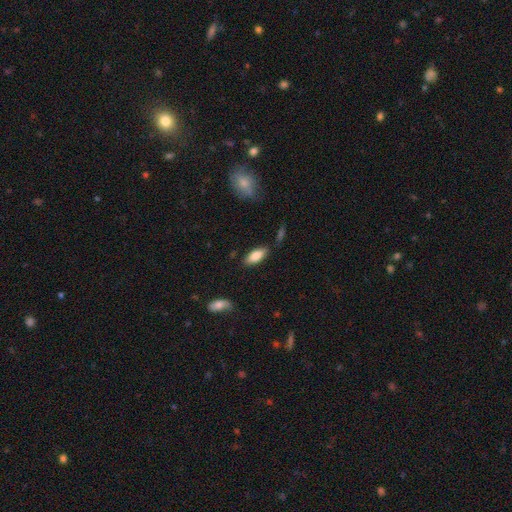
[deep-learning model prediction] The model was most divided on "merging": none: 81%, minor disturbance: 14%, major disturbance: 3%, merger: 3%. More confident: how rounded — in between (85%); smooth or featured — smooth (83%).